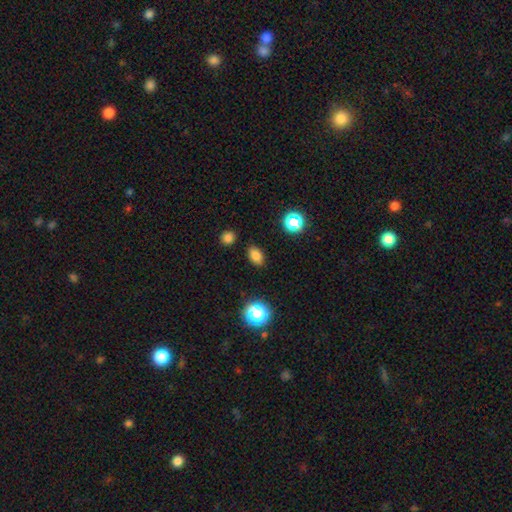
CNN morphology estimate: Overall: smooth (78%). How rounded: in between (81%). Merging: none (87%).